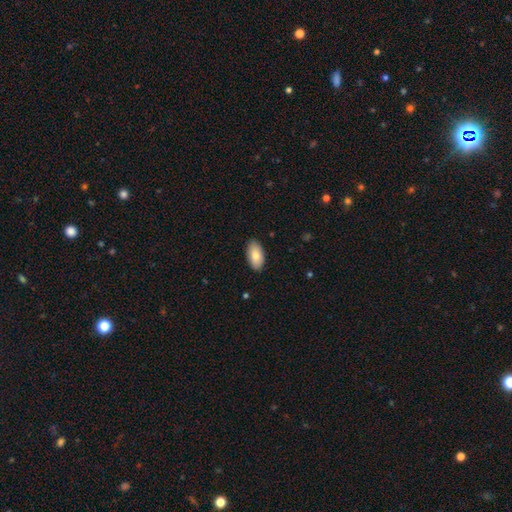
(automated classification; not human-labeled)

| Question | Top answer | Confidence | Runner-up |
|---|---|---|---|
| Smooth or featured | smooth | 81% | featured or disk (13%) |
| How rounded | in between | 95% | round (3%) |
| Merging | none | 88% | minor disturbance (9%) |